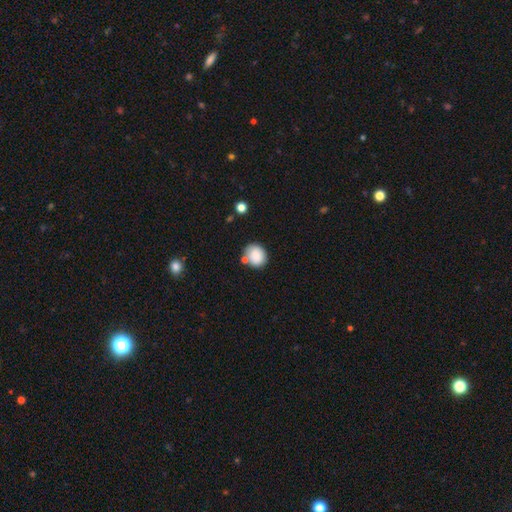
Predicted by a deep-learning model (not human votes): smooth 86%, star or artifact 8%, featured or disk 6%. Down the decision tree: how rounded — round (71%); merging — none (69%).